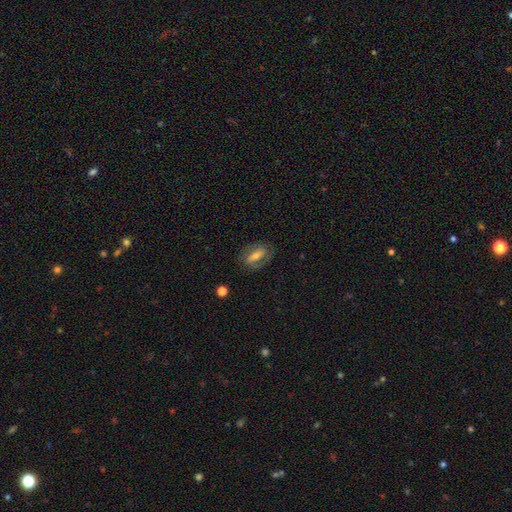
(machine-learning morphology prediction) Smooth or featured? Predicted: featured or disk (p=0.69). Edge-on disk? Predicted: no (p=0.91). Bar? Predicted: strong (p=0.53). Spiral arms? Predicted: yes (p=0.77). Bulge size? Predicted: moderate (p=0.51). Merging? Predicted: none (p=0.78).